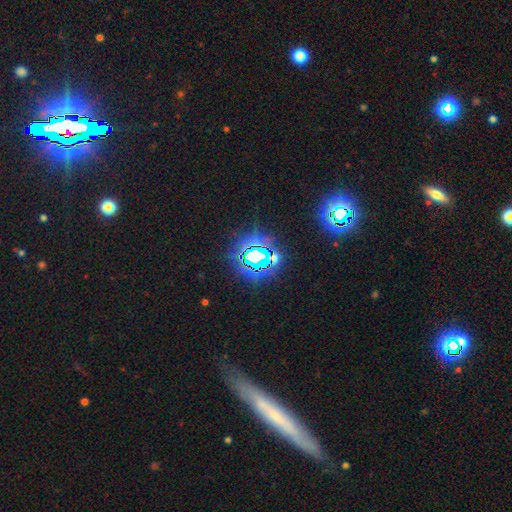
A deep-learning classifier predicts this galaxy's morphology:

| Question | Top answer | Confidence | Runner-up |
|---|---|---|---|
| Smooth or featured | star or artifact | 76% | smooth (13%) |